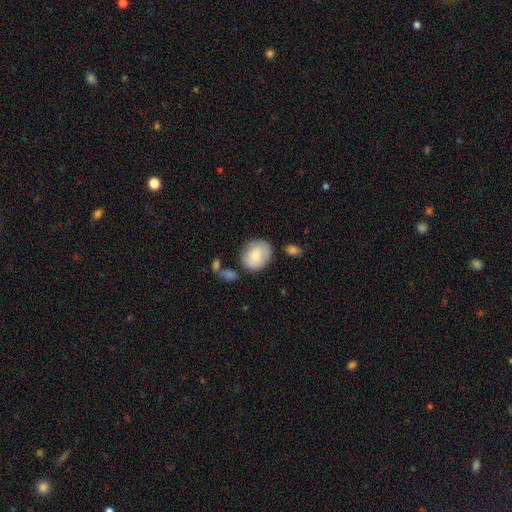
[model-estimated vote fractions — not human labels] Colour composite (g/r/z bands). It shows a smooth galaxy with no disk features (72%) that is round (62%). Merging: none (66%).